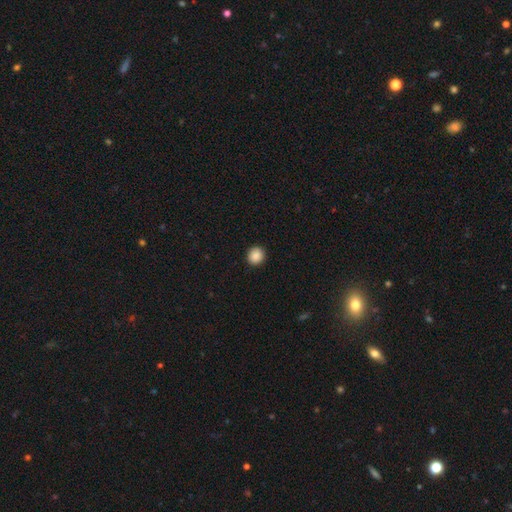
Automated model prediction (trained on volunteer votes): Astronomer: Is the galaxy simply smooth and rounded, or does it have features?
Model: smooth — 89%.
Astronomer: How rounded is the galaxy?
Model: round — 90%.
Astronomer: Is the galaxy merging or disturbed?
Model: none — 93%.